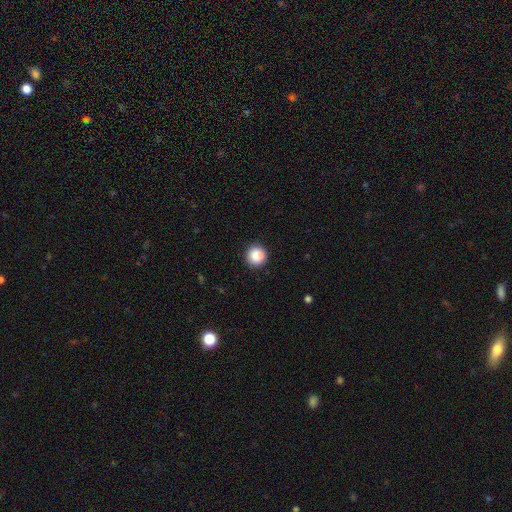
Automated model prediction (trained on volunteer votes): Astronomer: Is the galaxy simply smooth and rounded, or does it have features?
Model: smooth — 88%.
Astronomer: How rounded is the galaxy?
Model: round — 94%.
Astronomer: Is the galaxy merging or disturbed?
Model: none — 90%.